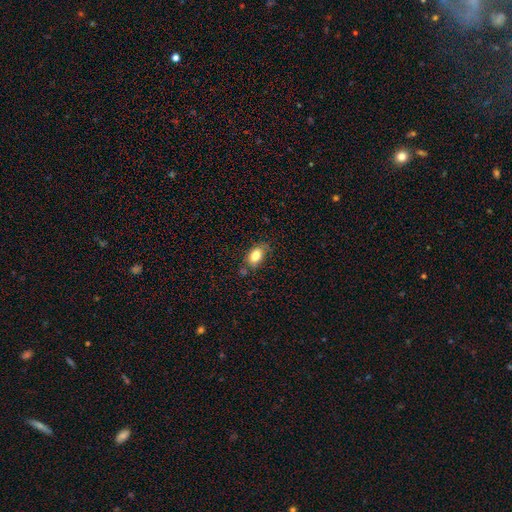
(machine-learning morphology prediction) Q: Smooth or featured?
A: smooth (82%); runner-up: featured or disk (9%)
Q: How rounded?
A: in between (85%); runner-up: round (13%)
Q: Merging?
A: none (68%); runner-up: minor disturbance (22%)